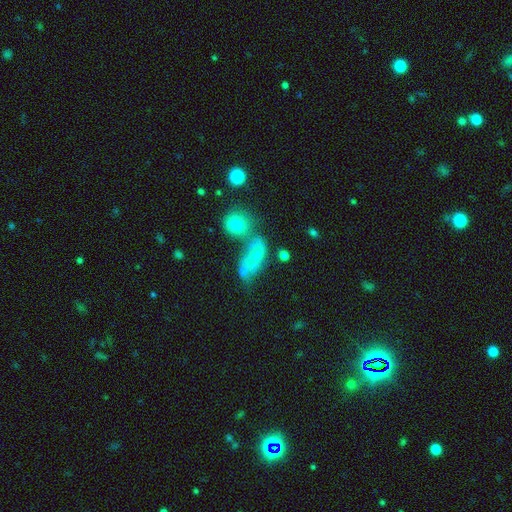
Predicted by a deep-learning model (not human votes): Q: Smooth or featured?
A: smooth (54%); runner-up: featured or disk (32%)
Q: How rounded?
A: in between (75%); runner-up: round (20%)
Q: Merging?
A: merger (43%); runner-up: none (23%)